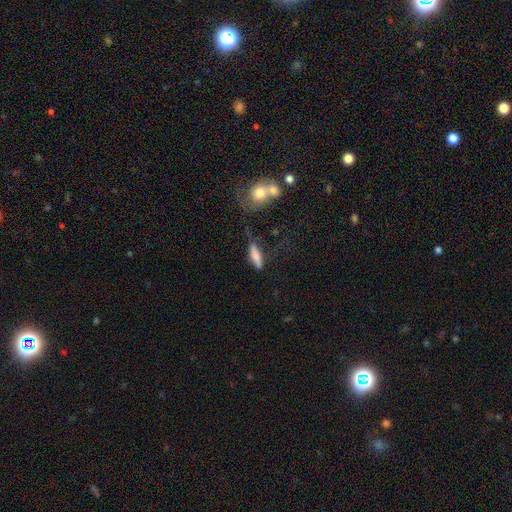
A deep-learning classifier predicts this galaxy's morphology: smooth 69%, featured or disk 23%, star or artifact 8%. Down the decision tree: how rounded — cigar-shaped (68%); merging — none (48%).